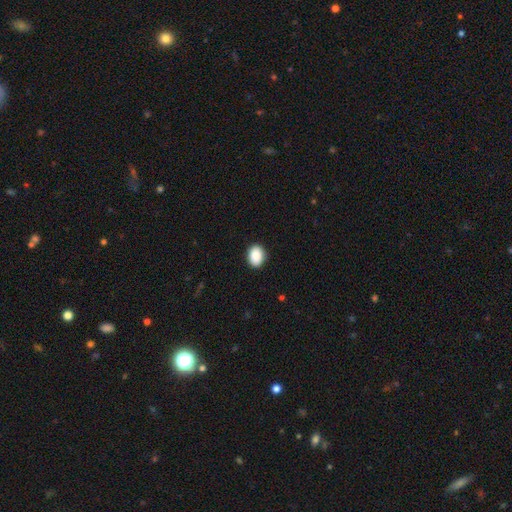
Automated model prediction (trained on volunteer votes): This appears to be a smooth galaxy with no disk features (89%) that is in between round and cigar-shaped (69%). Merging: none (89%).